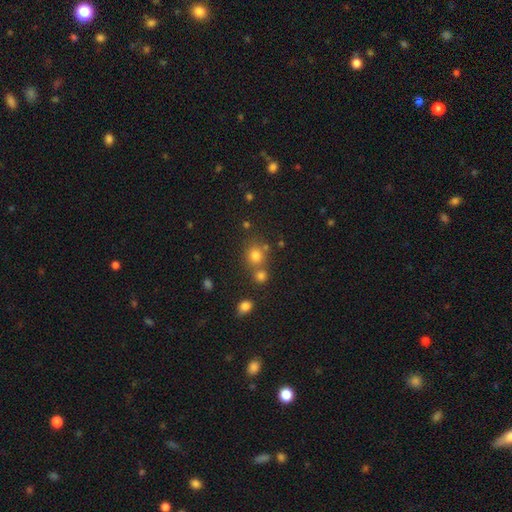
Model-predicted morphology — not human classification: This is likely a smooth galaxy (76%). How rounded: clearly round (83%). Merging: likely none (61%).